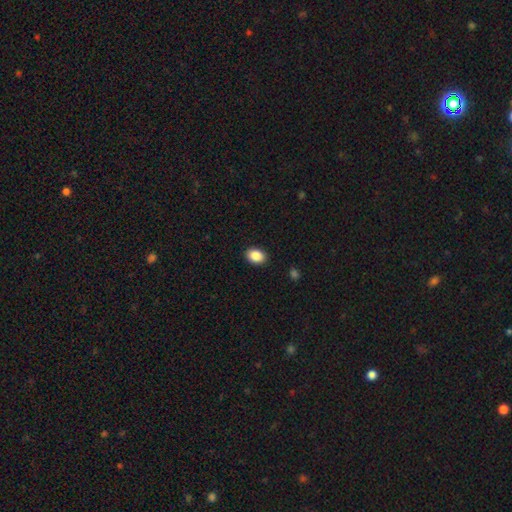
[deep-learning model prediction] A smooth galaxy with no disk features (88%) that is in between round and cigar-shaped (74%). Merging: none (90%).